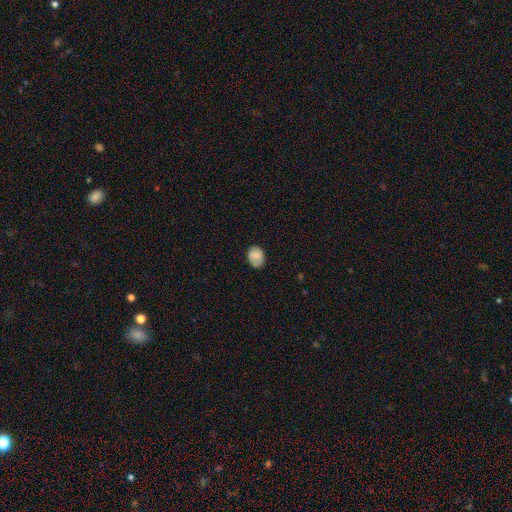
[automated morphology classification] Smooth or featured? smooth (80%)
How rounded? in between (58%)
Merging? none (73%)